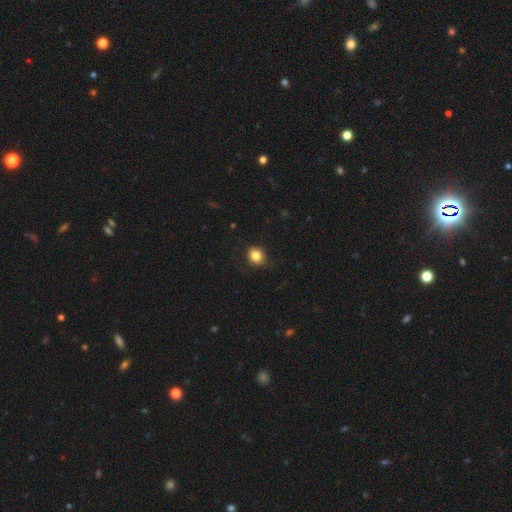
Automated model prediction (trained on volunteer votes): A smooth galaxy with no disk features (84%) that is round (74%). Merging: none (83%).